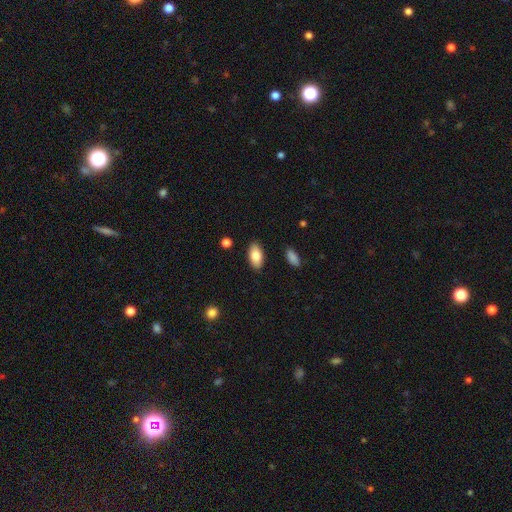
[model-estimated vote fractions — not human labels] A smooth galaxy with no disk features (83%) that is in between round and cigar-shaped (93%). Merging: none (87%).